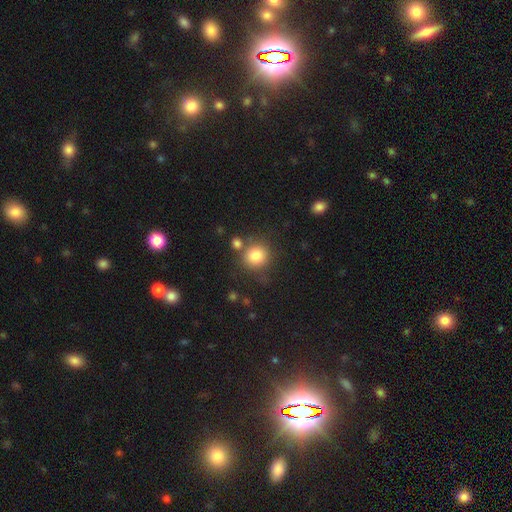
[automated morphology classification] type=smooth (82%); roundness=round (89%); merging=none (71%).